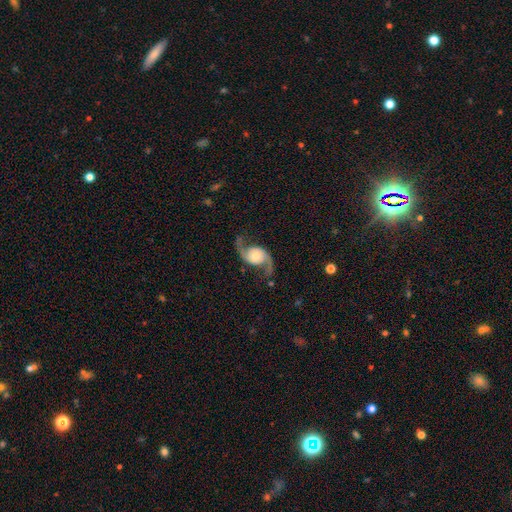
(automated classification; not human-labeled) Smooth or featured? featured or disk (90%)
Edge-on disk? no (97%)
Bar? no (69%)
Spiral arms? yes (97%)
Spiral winding? loose (70%)
Spiral arm count? 2 (94%)
Bulge size? moderate (44%)
Merging? none (75%)